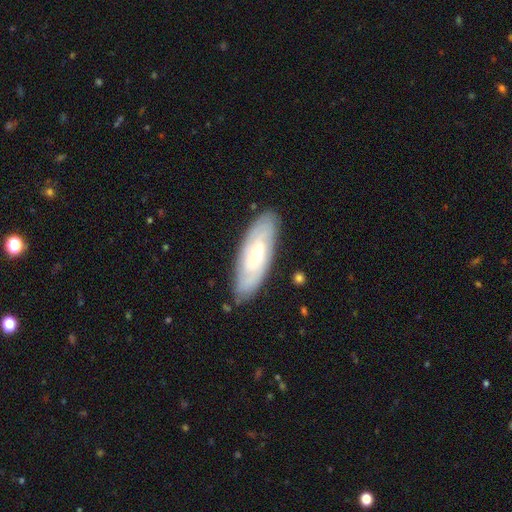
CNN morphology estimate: Smooth or featured? Predicted: featured or disk (p=0.57). Edge-on disk? Predicted: no (p=0.79). Merging? Predicted: none (p=0.84).